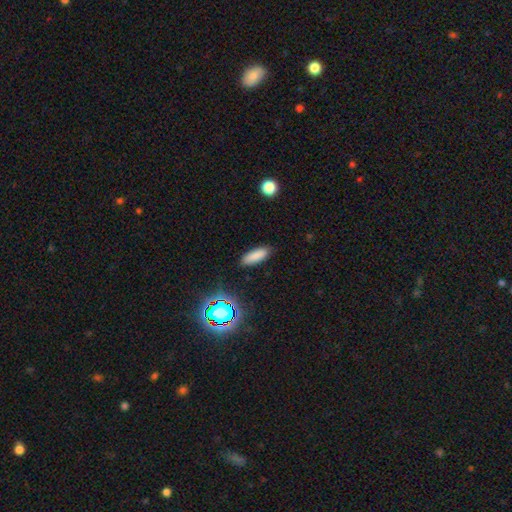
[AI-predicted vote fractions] smooth-or-featured: smooth: 84% | star or artifact: 10% | featured or disk: 6%
  how-rounded: in between: 57% | cigar-shaped: 41% | round: 2%
  merging: none: 87% | minor disturbance: 9% | major disturbance: 2% | merger: 1%